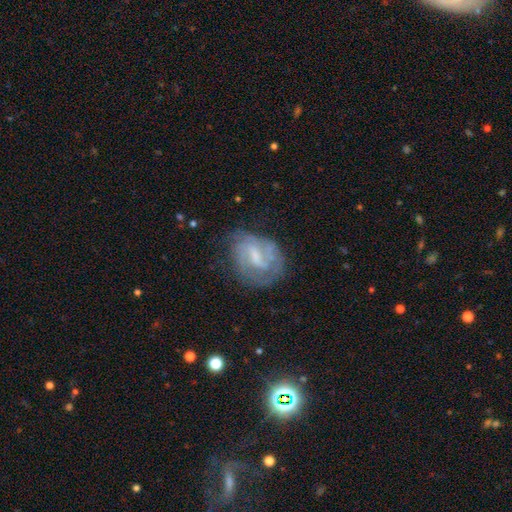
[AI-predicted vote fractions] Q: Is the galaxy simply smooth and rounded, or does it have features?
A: featured or disk — 70%.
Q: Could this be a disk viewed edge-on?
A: no — 97%.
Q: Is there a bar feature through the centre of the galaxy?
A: weak — 57%.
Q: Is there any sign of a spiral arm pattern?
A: yes — 76%.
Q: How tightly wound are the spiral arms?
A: tight — 42%.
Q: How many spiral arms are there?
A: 2 — 42%.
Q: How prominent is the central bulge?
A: small — 42%.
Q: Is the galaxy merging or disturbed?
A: none — 56%.